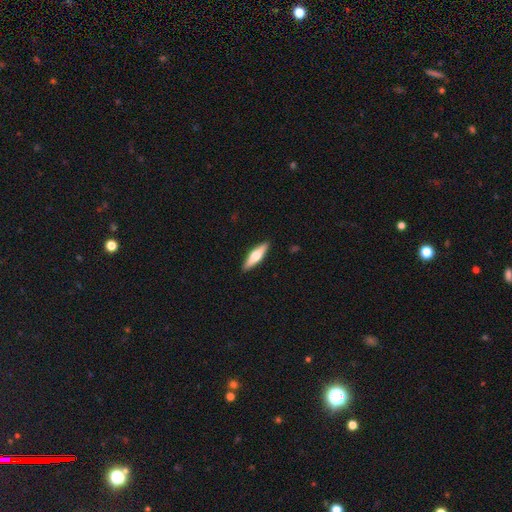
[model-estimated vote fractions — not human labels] smooth 50%, featured or disk 45%, star or artifact 5%. Down the decision tree: merging — none (91%).